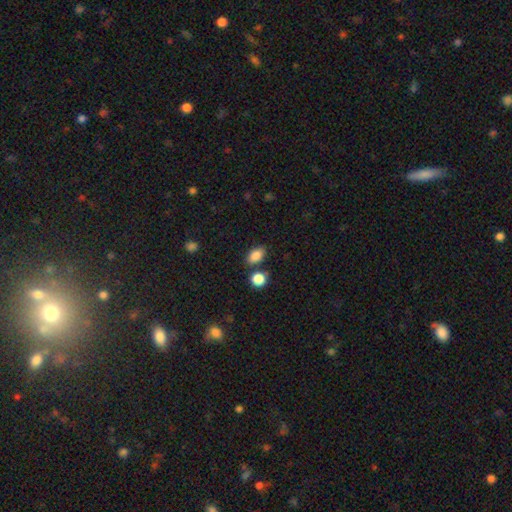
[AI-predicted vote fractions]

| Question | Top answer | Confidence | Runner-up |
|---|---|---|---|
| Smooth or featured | smooth | 86% | star or artifact (9%) |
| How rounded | in between | 85% | round (13%) |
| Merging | none | 76% | minor disturbance (12%) |